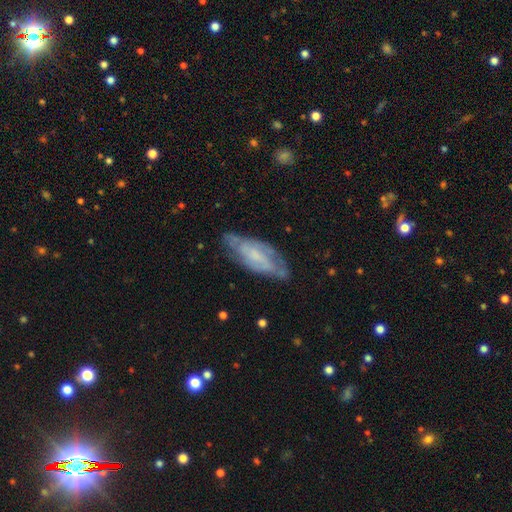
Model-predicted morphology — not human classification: Smooth or featured: featured or disk — 64% (smooth — 29%)
Edge-on disk: no — 82% (yes — 18%)
Bar: no — 50% (weak — 38%)
Spiral arms: yes — 76% (no — 24%)
Bulge size: small — 44% (none — 27%)
Merging: none — 66% (minor disturbance — 24%)